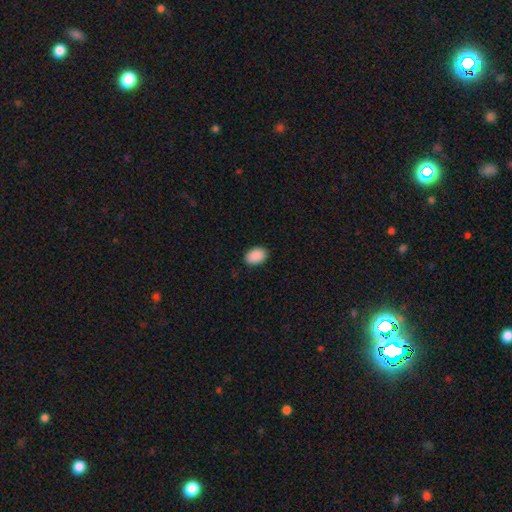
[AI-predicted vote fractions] Smooth or featured?
  - smooth: 91% *
  - star or artifact: 7%
  - featured or disk: 2%
How rounded?
  - in between: 86% *
  - round: 13%
  - cigar-shaped: 1%
Merging?
  - none: 88% *
  - minor disturbance: 9%
  - major disturbance: 2%
  - merger: 1%